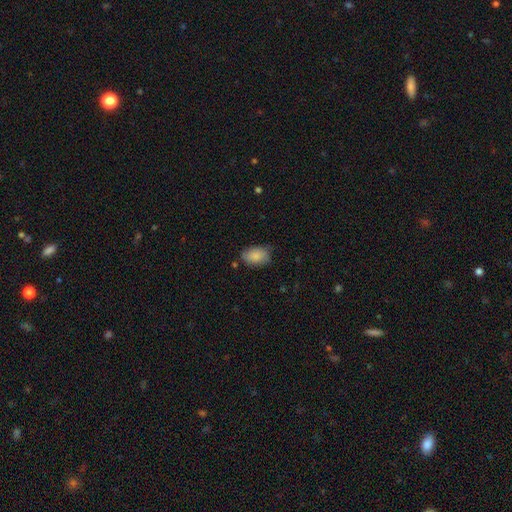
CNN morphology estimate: A smooth galaxy with no disk features (86%) that is in between round and cigar-shaped (88%).

Vote fractions:
- Smooth or featured? smooth: 86% / featured or disk: 7% / star or artifact: 7%
- How rounded? in between: 88% / round: 11% / cigar-shaped: 1%
- Merging? none: 69% / minor disturbance: 24% / major disturbance: 5% / merger: 2%